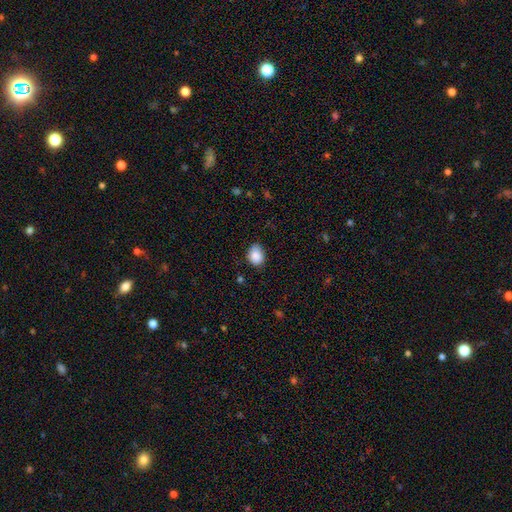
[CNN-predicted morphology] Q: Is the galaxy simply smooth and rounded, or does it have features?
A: smooth — 88%.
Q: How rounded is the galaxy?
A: in between — 58%.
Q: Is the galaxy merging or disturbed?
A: none — 73%.